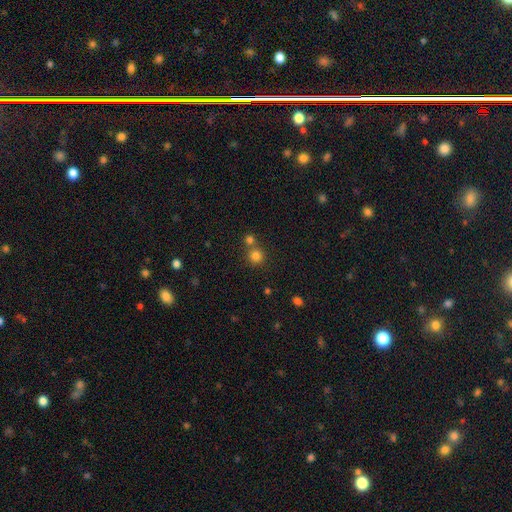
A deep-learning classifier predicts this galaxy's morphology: This appears to be a smooth galaxy with no disk features (79%) that is round (92%). Merging: none (61%).